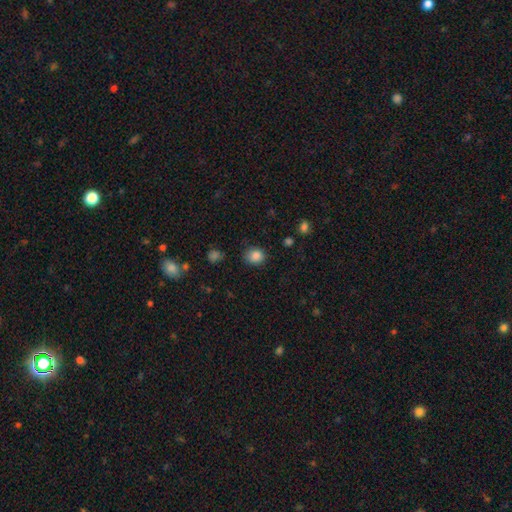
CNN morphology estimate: This is clearly a smooth galaxy (85%). How rounded: likely round (71%). Merging: likely none (79%).